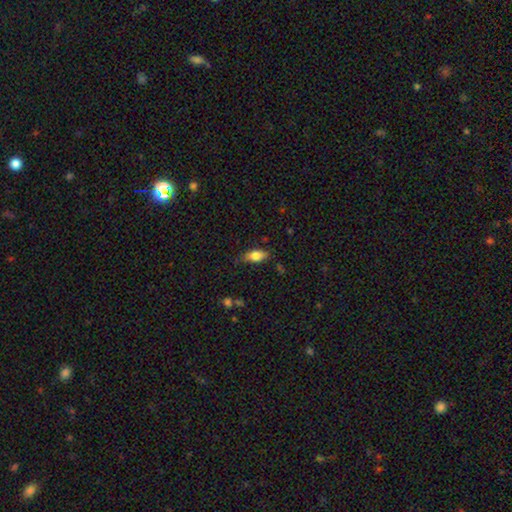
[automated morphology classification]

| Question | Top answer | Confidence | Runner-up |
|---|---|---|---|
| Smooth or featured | smooth | 78% | featured or disk (15%) |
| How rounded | in between | 84% | cigar-shaped (12%) |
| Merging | none | 74% | minor disturbance (20%) |